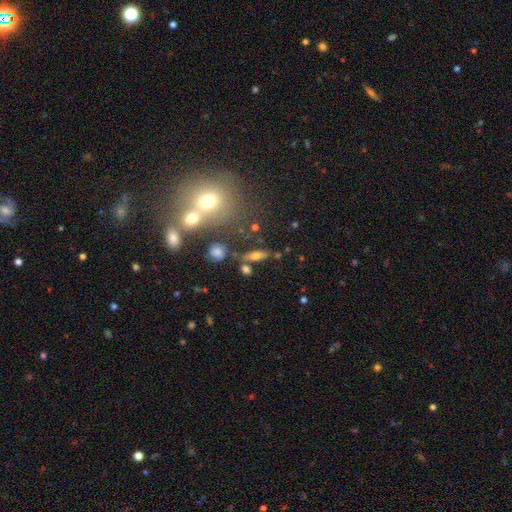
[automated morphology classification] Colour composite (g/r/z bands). It shows a smooth galaxy with no disk features (50%). Merging: none (73%).